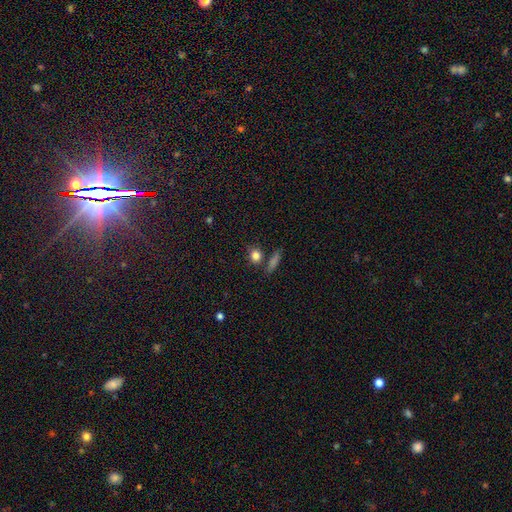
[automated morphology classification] This is clearly a smooth galaxy (81%). How rounded: likely round (72%). Merging: likely none (72%).